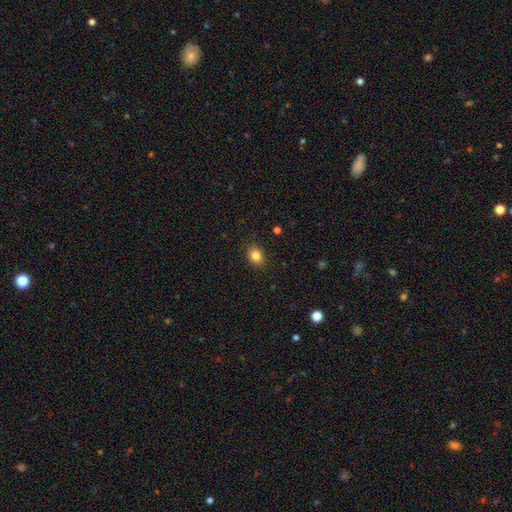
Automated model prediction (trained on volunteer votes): This is clearly a smooth galaxy (84%). How rounded: likely in between (62%). Merging: clearly none (89%).